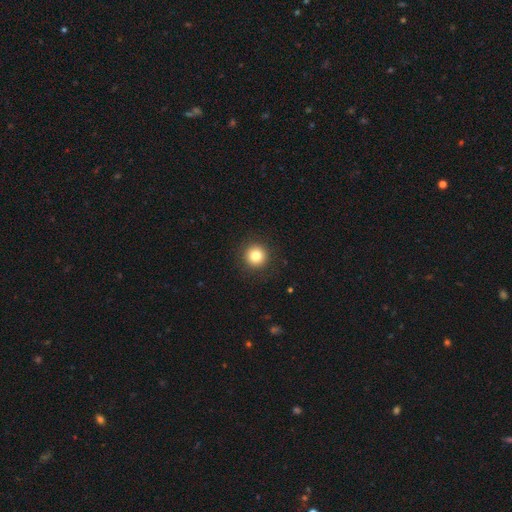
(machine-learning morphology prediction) smooth-or-featured: smooth: 82% | star or artifact: 11% | featured or disk: 6%
  how-rounded: round: 96% | in between: 3% | cigar-shaped: 1%
  merging: none: 92% | minor disturbance: 5% | major disturbance: 2% | merger: 1%